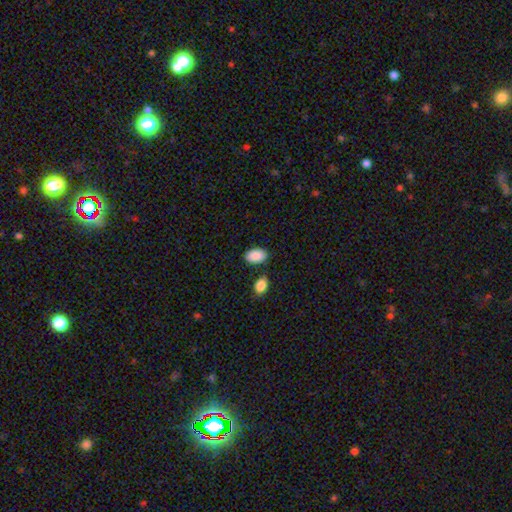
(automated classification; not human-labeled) smooth 90%, star or artifact 6%, featured or disk 4%. Down the decision tree: how rounded — in between (92%); merging — none (79%).